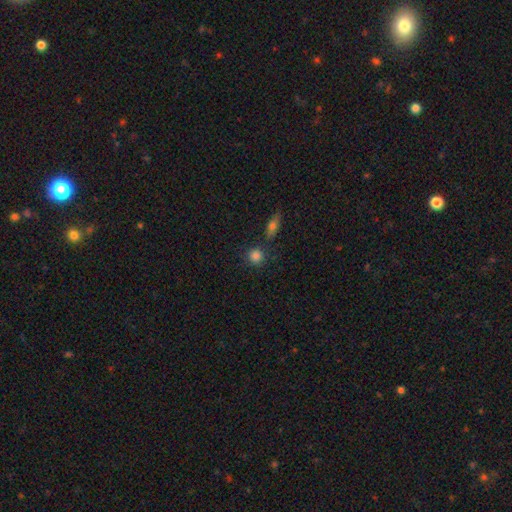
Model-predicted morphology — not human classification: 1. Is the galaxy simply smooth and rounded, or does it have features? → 84% smooth, 11% star or artifact, 6% featured or disk.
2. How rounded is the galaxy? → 88% round, 10% in between, 2% cigar-shaped.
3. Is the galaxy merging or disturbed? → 78% none, 10% minor disturbance, 9% merger, 3% major disturbance.